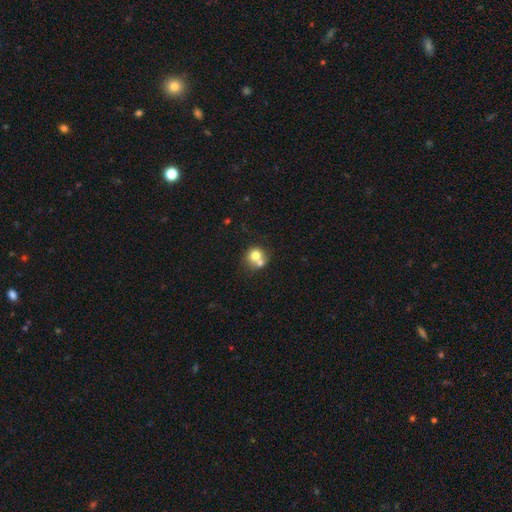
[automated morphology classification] smooth-or-featured: smooth: 70% | featured or disk: 19% | star or artifact: 11%
  how-rounded: round: 83% | in between: 16% | cigar-shaped: 1%
  merging: merger: 53% | none: 37% | minor disturbance: 7% | major disturbance: 3%